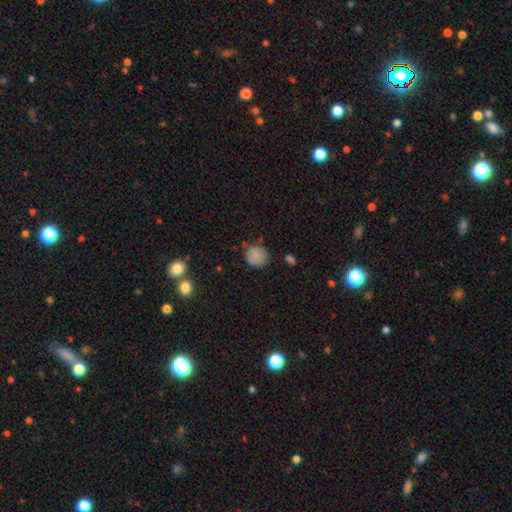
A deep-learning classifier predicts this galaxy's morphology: Overall: smooth (83%). How rounded: round (85%). Merging: none (73%).